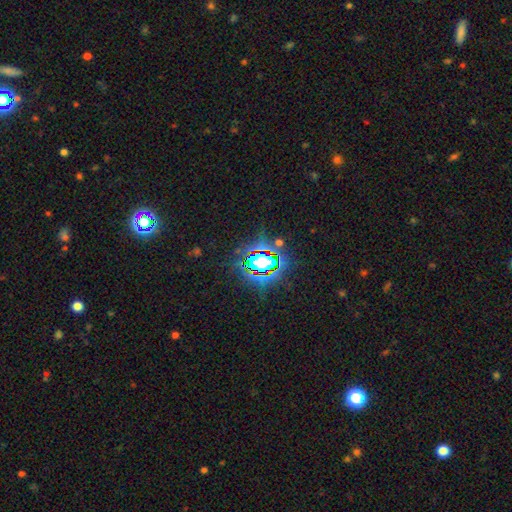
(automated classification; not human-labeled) smooth-or-featured: star or artifact: 74% | smooth: 15% | featured or disk: 11%